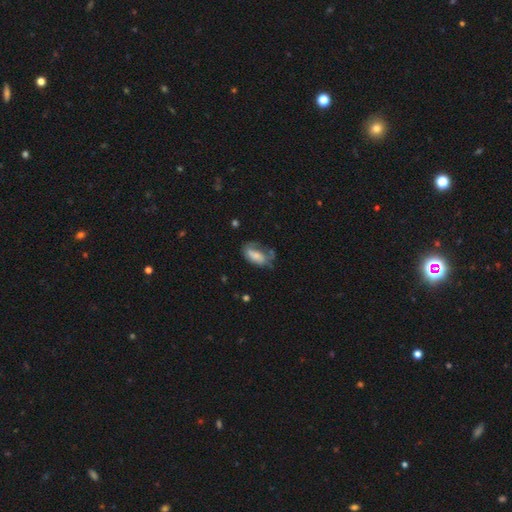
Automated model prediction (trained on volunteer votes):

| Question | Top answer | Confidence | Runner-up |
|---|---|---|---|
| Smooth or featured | smooth | 59% | featured or disk (33%) |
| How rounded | in between | 89% | cigar-shaped (5%) |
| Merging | none | 34% | minor disturbance (31%) |